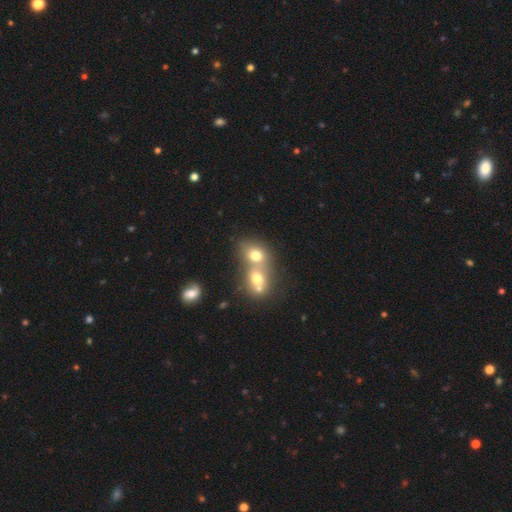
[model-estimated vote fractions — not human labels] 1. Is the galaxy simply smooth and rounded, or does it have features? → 69% smooth, 18% featured or disk, 13% star or artifact.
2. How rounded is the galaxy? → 57% round, 41% in between, 1% cigar-shaped.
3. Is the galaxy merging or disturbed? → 64% merger, 26% none, 6% minor disturbance, 4% major disturbance.